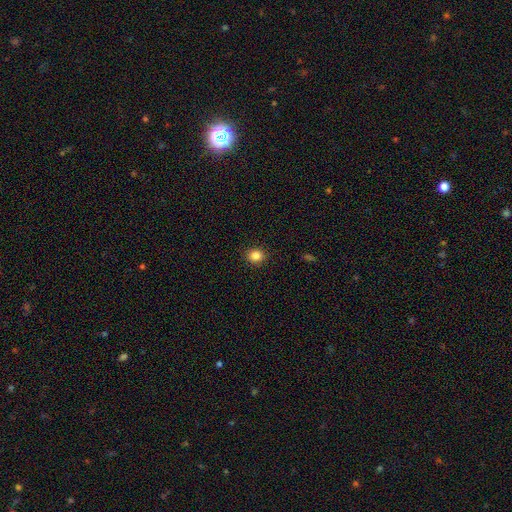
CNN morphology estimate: smooth-or-featured: smooth: 85% | star or artifact: 11% | featured or disk: 4%
  how-rounded: round: 82% | in between: 17% | cigar-shaped: 1%
  merging: none: 91% | minor disturbance: 6% | major disturbance: 2% | merger: 1%